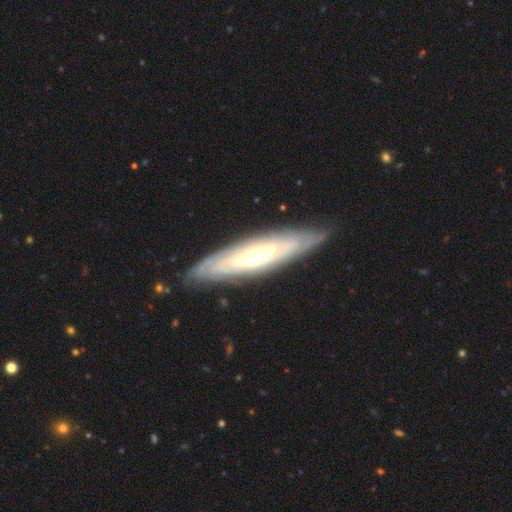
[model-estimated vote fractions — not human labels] smooth_or_featured: featured or disk (p=0.77) [alt: smooth p=0.18]
disk_edge_on: no (p=0.63) [alt: yes p=0.37]
merging: none (p=0.82) [alt: minor disturbance p=0.13]